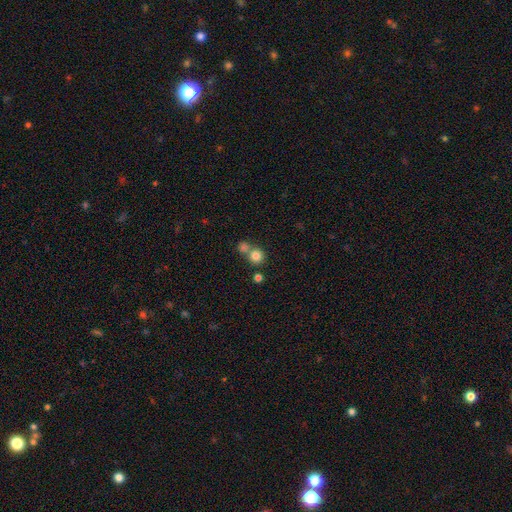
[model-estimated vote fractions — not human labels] Q: Smooth or featured?
A: smooth (80%); runner-up: star or artifact (12%)
Q: How rounded?
A: round (91%); runner-up: in between (8%)
Q: Merging?
A: none (54%); runner-up: merger (37%)